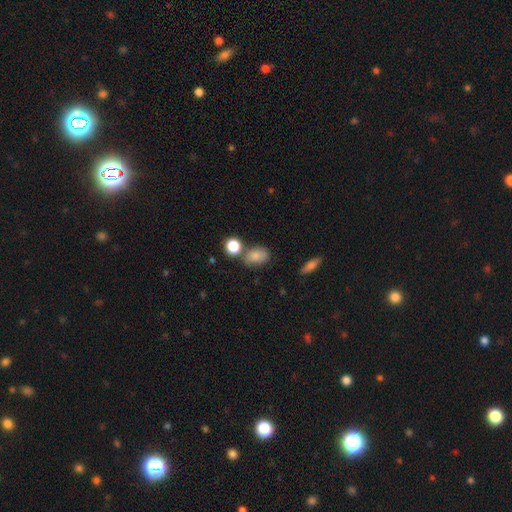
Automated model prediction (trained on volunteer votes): Smooth or featured?
  - smooth: 80% *
  - star or artifact: 11%
  - featured or disk: 10%
How rounded?
  - in between: 73% *
  - round: 25%
  - cigar-shaped: 2%
Merging?
  - none: 63% *
  - minor disturbance: 18%
  - merger: 14%
  - major disturbance: 5%